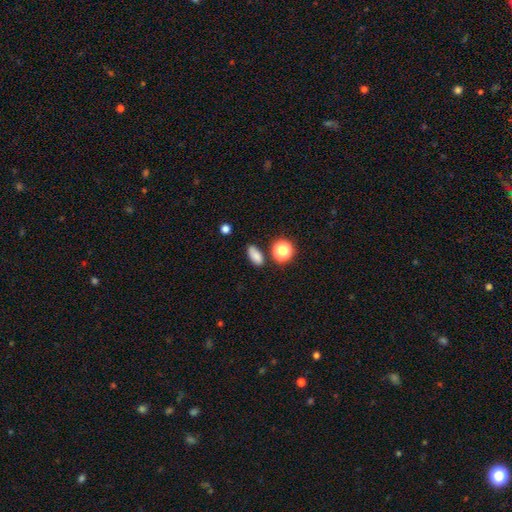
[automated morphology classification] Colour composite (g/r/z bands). It shows a smooth galaxy with no disk features (81%) that is in between round and cigar-shaped (82%). Merging: none (78%).